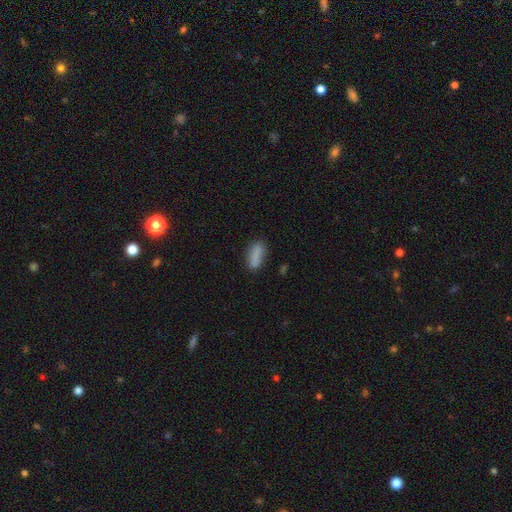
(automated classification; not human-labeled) Smooth or featured: smooth — 83% (featured or disk — 8%)
How rounded: in between — 67% (cigar-shaped — 29%)
Merging: none — 73% (minor disturbance — 18%)